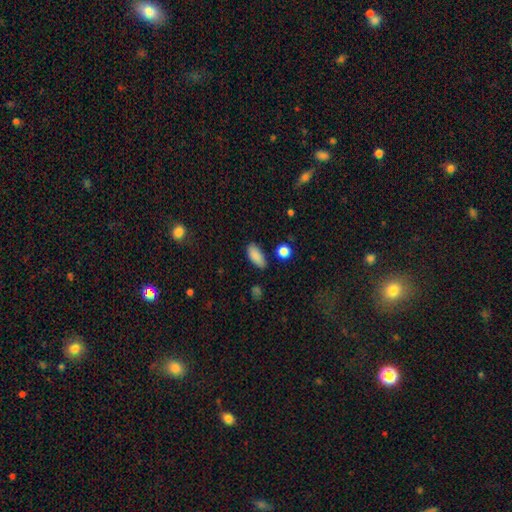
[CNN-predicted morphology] This appears to be a smooth galaxy with no disk features (87%) that is in between round and cigar-shaped (85%). Merging: none (80%).